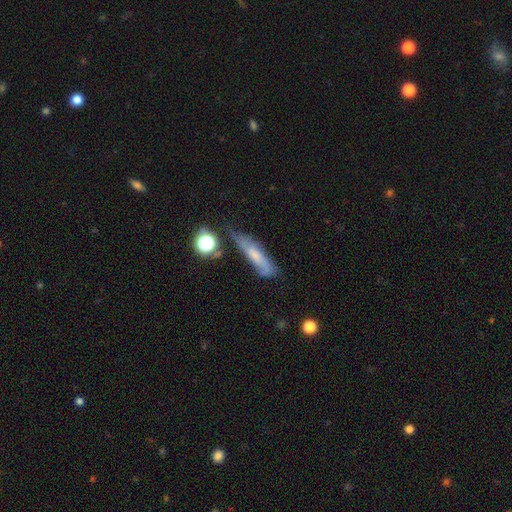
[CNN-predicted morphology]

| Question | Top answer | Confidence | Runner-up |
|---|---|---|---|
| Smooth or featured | smooth | 53% | featured or disk (37%) |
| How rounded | cigar-shaped | 72% | in between (24%) |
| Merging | none | 52% | minor disturbance (29%) |